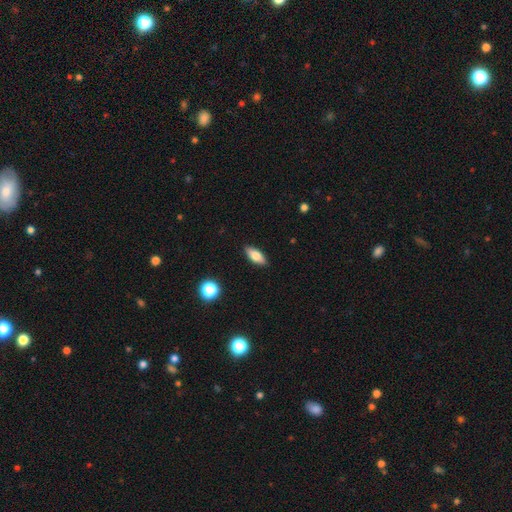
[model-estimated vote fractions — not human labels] smooth_or_featured: smooth (p=0.75) [alt: featured or disk p=0.18]
how_rounded: in between (p=0.80) [alt: cigar-shaped p=0.17]
merging: none (p=0.89) [alt: minor disturbance p=0.08]